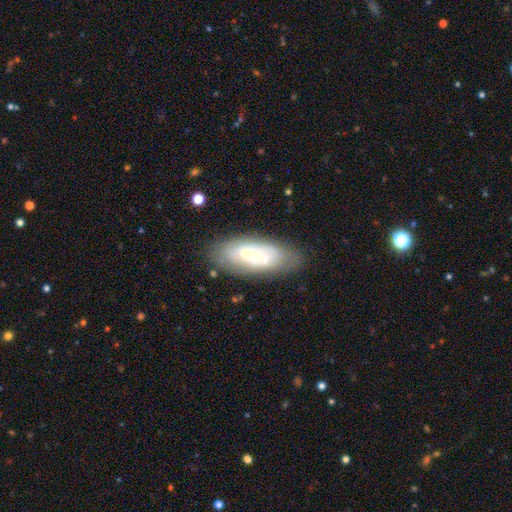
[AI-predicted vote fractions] Smooth or featured? featured or disk (58%)
Edge-on disk? no (90%)
Bar? no (88%)
Spiral arms? no (66%)
Bulge size? small (66%)
Merging? none (64%)